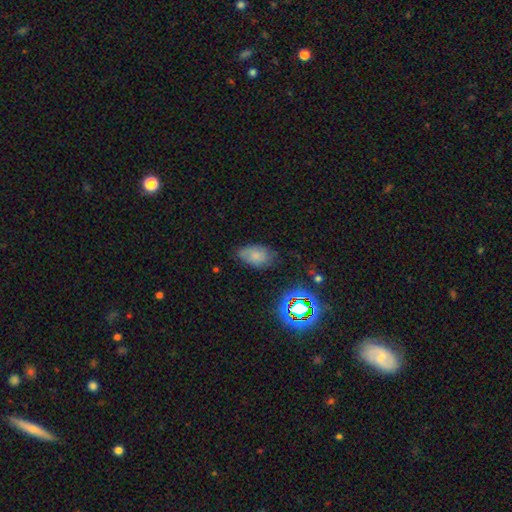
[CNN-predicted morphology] Smooth or featured?
  - smooth: 67% *
  - featured or disk: 19%
  - star or artifact: 14%
How rounded?
  - in between: 90% *
  - round: 8%
  - cigar-shaped: 2%
Merging?
  - none: 64% *
  - minor disturbance: 28%
  - major disturbance: 7%
  - merger: 2%